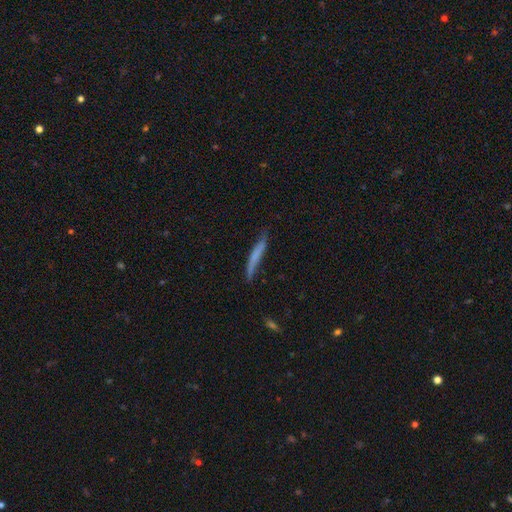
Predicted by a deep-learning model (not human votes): Smooth or featured? smooth (60%)
How rounded? cigar-shaped (95%)
Merging? none (70%)